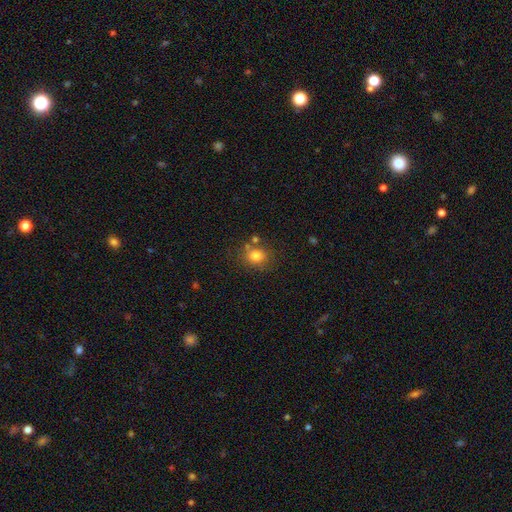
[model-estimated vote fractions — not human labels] Smooth or featured? Predicted: smooth (p=0.80). How rounded? Predicted: round (p=0.68). Merging? Predicted: none (p=0.70).